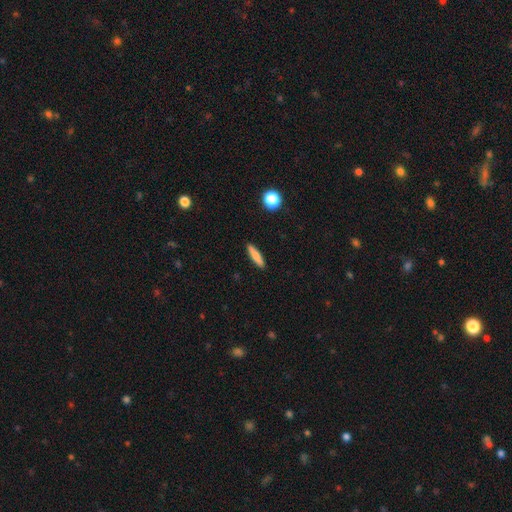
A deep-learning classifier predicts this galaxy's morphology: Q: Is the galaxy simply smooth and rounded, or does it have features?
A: smooth — 77%.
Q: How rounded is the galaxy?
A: cigar-shaped — 82%.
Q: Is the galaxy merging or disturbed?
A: none — 90%.